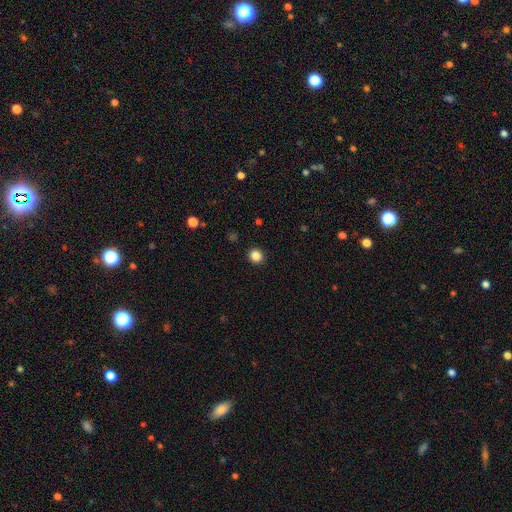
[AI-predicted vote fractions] Morphology: type=smooth (85%); roundness=round (86%); merging=none (92%).